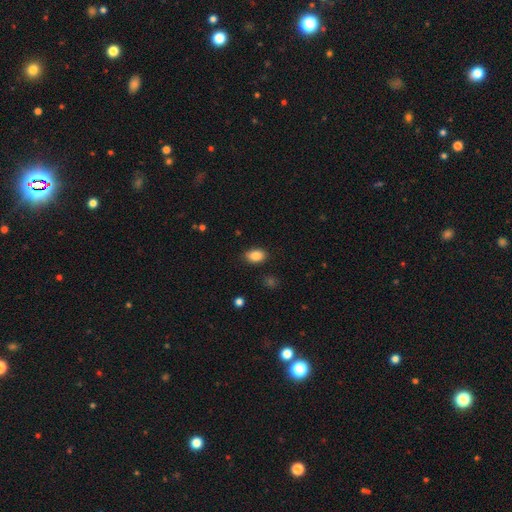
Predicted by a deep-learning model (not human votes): Morphology: type=smooth (86%); roundness=in between (85%); merging=none (86%).